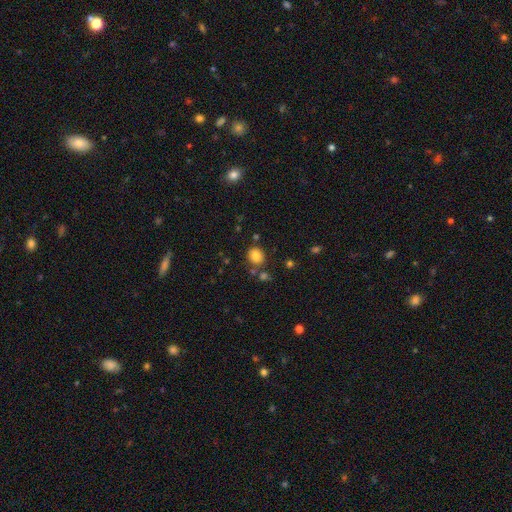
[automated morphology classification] Smooth or featured? smooth (83%)
How rounded? round (61%)
Merging? none (75%)